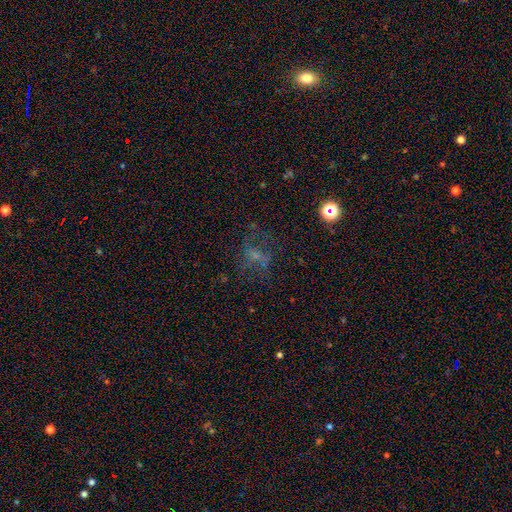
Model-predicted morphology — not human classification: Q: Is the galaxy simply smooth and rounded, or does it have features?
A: featured or disk — 42%.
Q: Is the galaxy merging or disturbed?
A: none — 55%.